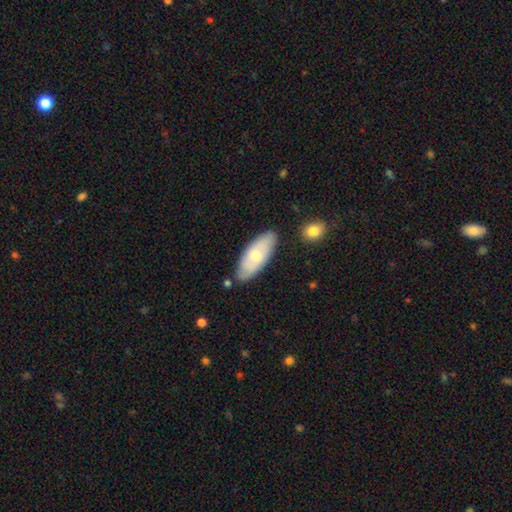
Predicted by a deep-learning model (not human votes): This is likely a smooth galaxy (62%). How rounded: clearly in between (81%). Merging: likely none (77%).